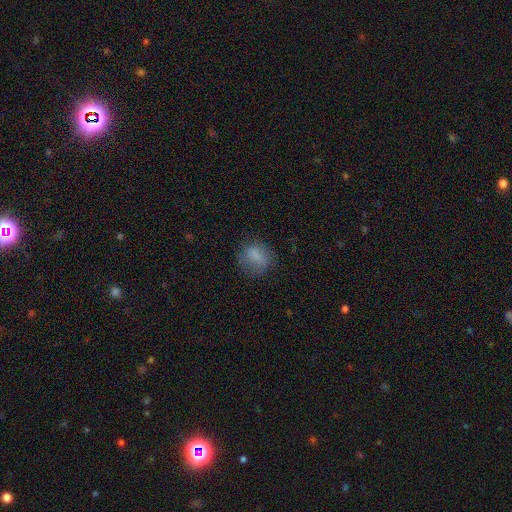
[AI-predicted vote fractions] smooth-or-featured: smooth: 77% | featured or disk: 13% | star or artifact: 10%
  how-rounded: round: 56% | in between: 42% | cigar-shaped: 2%
  merging: none: 69% | minor disturbance: 20% | major disturbance: 10% | merger: 1%